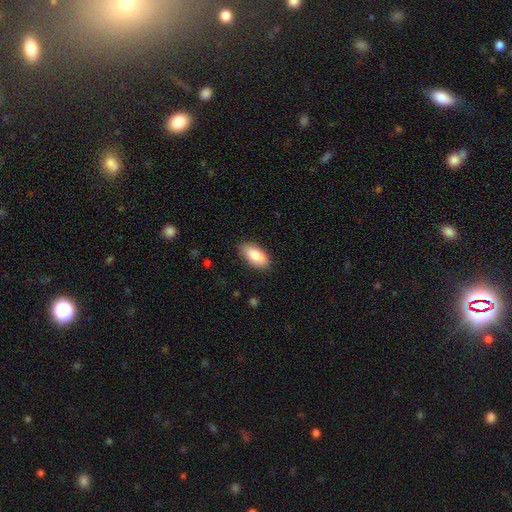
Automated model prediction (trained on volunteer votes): A smooth galaxy with no disk features (86%) that is in between round and cigar-shaped (89%). Merging: none (84%).